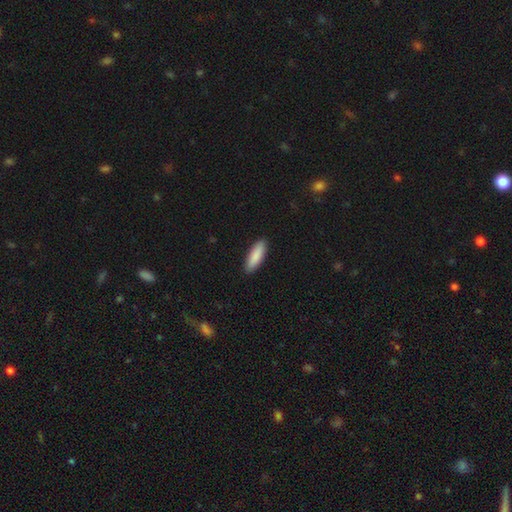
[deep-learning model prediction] A smooth galaxy with no disk features (89%) that is in between round and cigar-shaped (50%).

Vote fractions:
- Smooth or featured? smooth: 89% / featured or disk: 6% / star or artifact: 5%
- How rounded? in between: 50% / cigar-shaped: 48% / round: 2%
- Merging? none: 90% / minor disturbance: 7% / major disturbance: 1% / merger: 1%